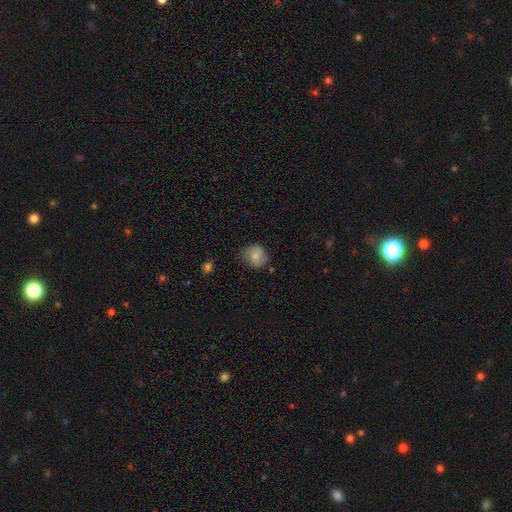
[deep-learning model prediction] smooth_or_featured: smooth (p=0.70) [alt: featured or disk p=0.22]
how_rounded: round (p=0.79) [alt: in between p=0.20]
merging: none (p=0.70) [alt: minor disturbance p=0.23]